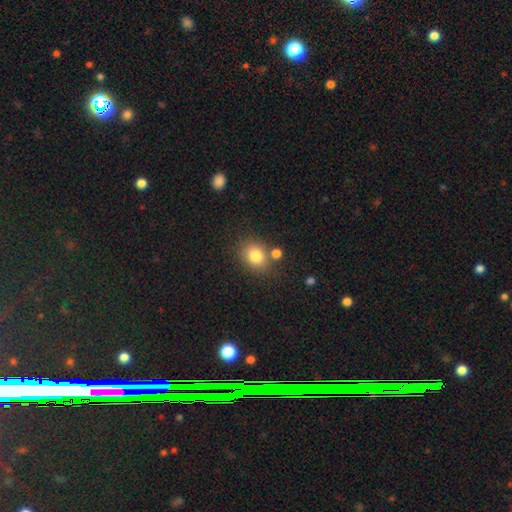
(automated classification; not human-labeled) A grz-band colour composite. It shows a smooth galaxy with no disk features (81%) that is round (52%). Merging: none (70%).